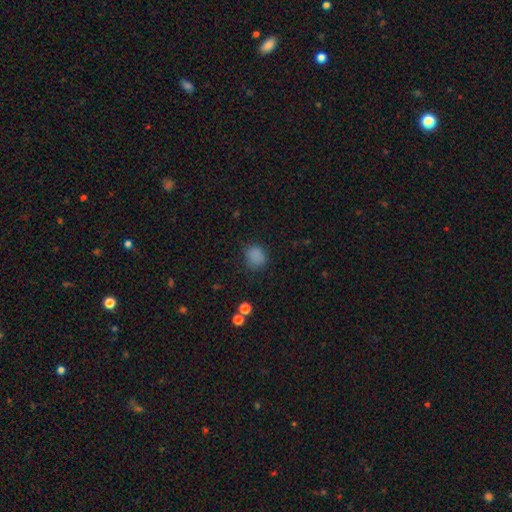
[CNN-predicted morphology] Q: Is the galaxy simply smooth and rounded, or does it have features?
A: smooth — 82%.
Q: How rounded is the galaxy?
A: round — 73%.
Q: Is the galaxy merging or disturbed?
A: none — 79%.